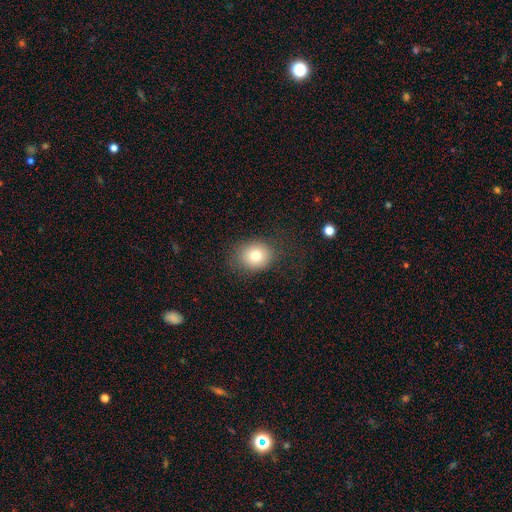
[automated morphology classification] smooth_or_featured: smooth (p=0.77) [alt: featured or disk p=0.12]
how_rounded: round (p=0.65) [alt: in between p=0.34]
merging: none (p=0.78) [alt: minor disturbance p=0.14]